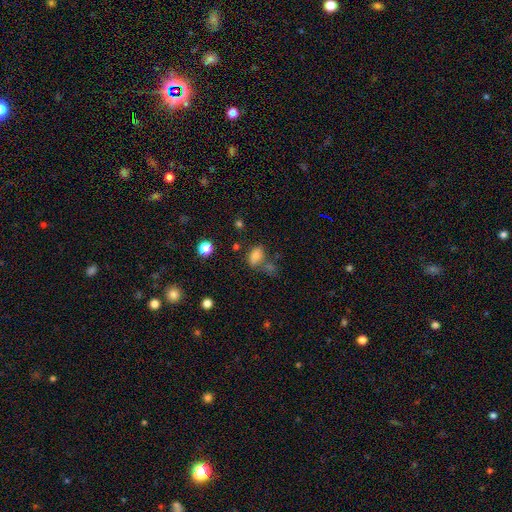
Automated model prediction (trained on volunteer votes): This is likely a smooth galaxy (77%). How rounded: clearly in between (86%). Merging: possibly none (58%).